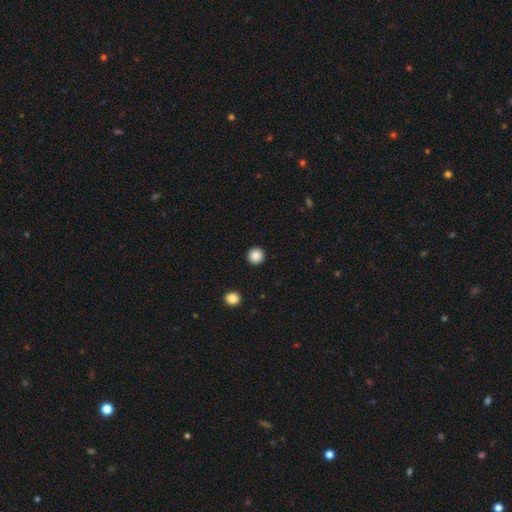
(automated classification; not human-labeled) Smooth or featured? Predicted: smooth (p=0.88). How rounded? Predicted: round (p=0.96). Merging? Predicted: none (p=0.94).